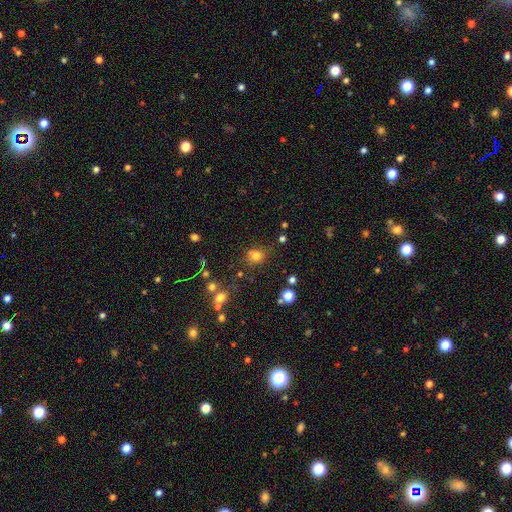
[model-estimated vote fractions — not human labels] This is likely a smooth galaxy (76%). How rounded: likely round (68%). Merging: likely none (67%).